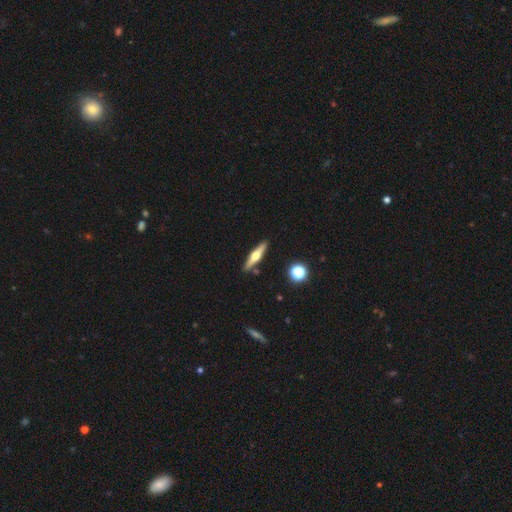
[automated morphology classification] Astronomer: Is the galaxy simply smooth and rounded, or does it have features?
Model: featured or disk — 64%.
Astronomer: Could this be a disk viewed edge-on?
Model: yes — 96%.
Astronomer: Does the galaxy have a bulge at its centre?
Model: rounded — 94%.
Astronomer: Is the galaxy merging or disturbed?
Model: none — 88%.